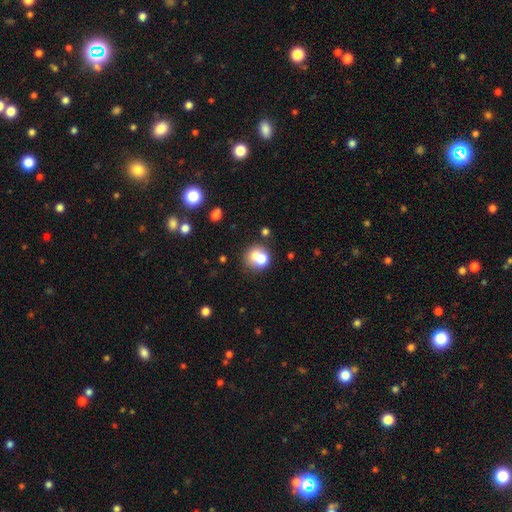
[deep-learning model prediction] Overall: smooth (68%). How rounded: round (80%). Merging: merger (47%; none 39%).